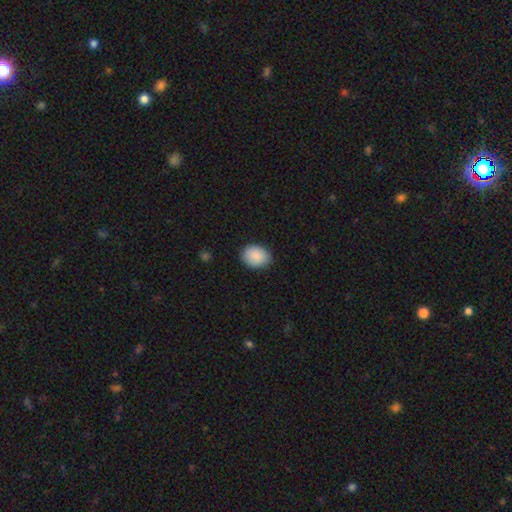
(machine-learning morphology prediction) Smooth or featured: smooth — 90% (star or artifact — 7%)
How rounded: in between — 65% (round — 34%)
Merging: none — 85% (minor disturbance — 12%)